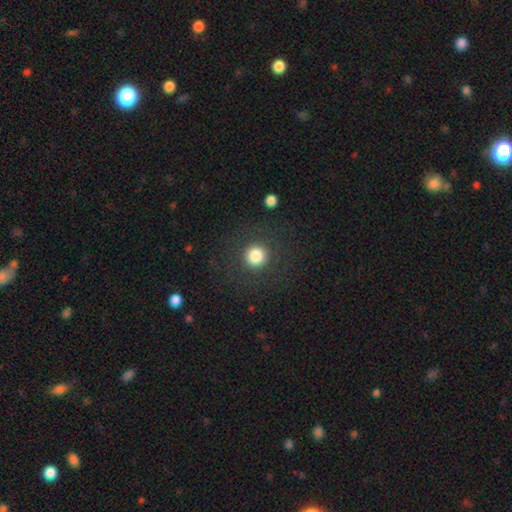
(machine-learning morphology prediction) smooth-or-featured: smooth: 82% | star or artifact: 11% | featured or disk: 6%
  how-rounded: round: 95% | in between: 4% | cigar-shaped: 1%
  merging: none: 87% | minor disturbance: 7% | major disturbance: 5% | merger: 1%